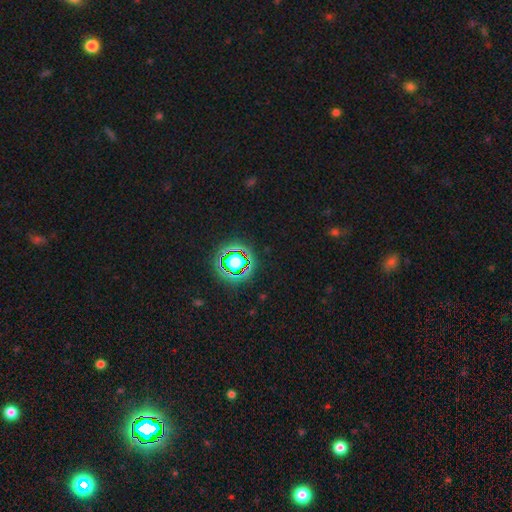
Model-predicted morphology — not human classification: Smooth or featured? Predicted: star or artifact (p=0.77).